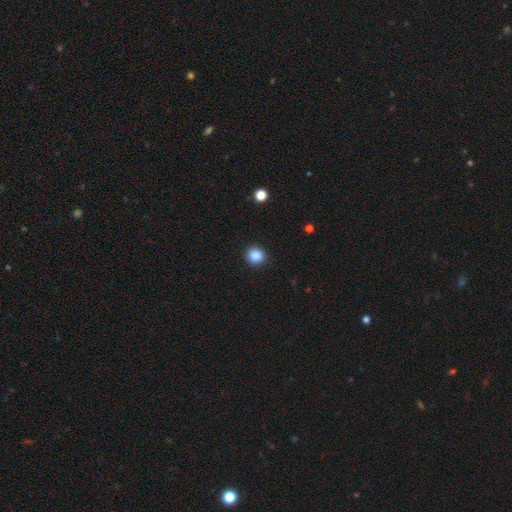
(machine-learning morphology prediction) Q: Smooth or featured?
A: smooth (87%); runner-up: star or artifact (10%)
Q: How rounded?
A: round (88%); runner-up: in between (11%)
Q: Merging?
A: none (90%); runner-up: minor disturbance (7%)